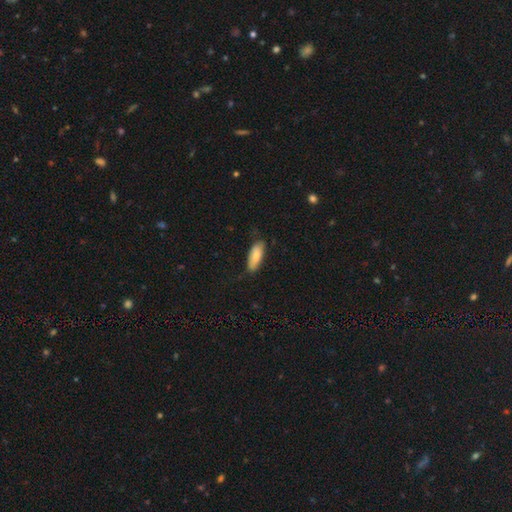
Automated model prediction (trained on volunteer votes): Q: Smooth or featured?
A: smooth (81%); runner-up: featured or disk (13%)
Q: How rounded?
A: in between (67%); runner-up: cigar-shaped (31%)
Q: Merging?
A: none (77%); runner-up: minor disturbance (19%)